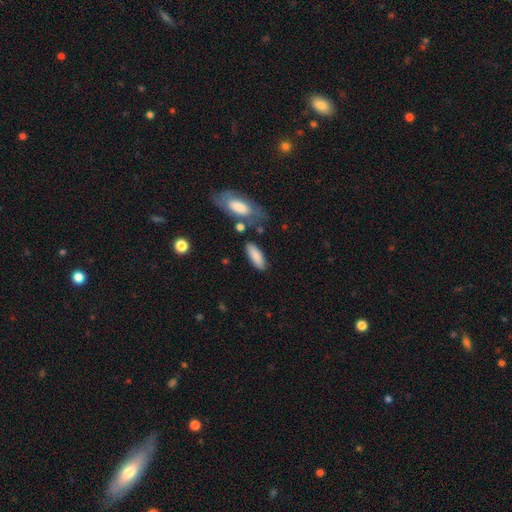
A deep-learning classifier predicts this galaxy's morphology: Smooth or featured?
  - smooth: 84% *
  - featured or disk: 10%
  - star or artifact: 6%
How rounded?
  - in between: 66% *
  - cigar-shaped: 32%
  - round: 2%
Merging?
  - none: 76% *
  - minor disturbance: 14%
  - merger: 6%
  - major disturbance: 4%